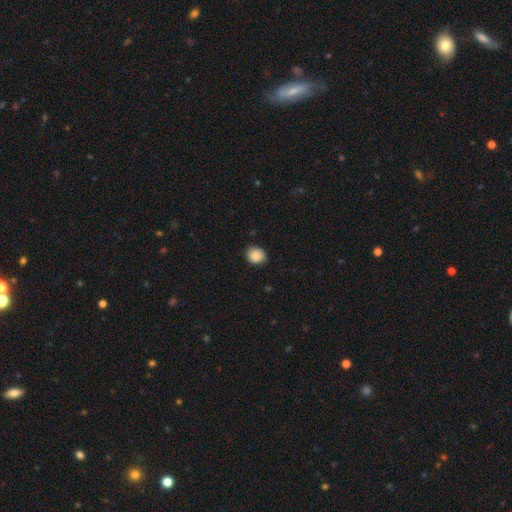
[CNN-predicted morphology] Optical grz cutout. It shows a smooth galaxy with no disk features (87%) that is round (74%). Merging: none (82%).